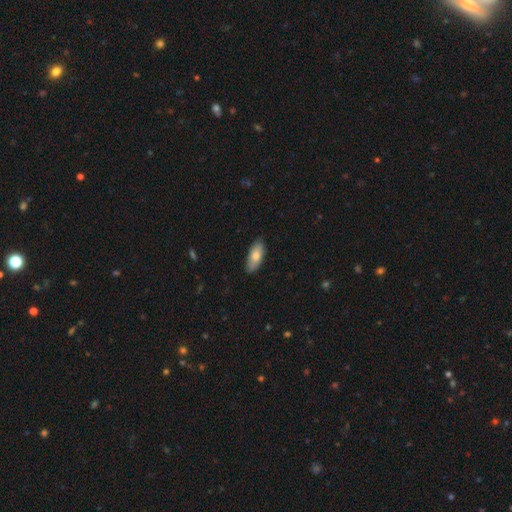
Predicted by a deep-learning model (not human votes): Smooth or featured? smooth (78%)
How rounded? in between (83%)
Merging? none (85%)